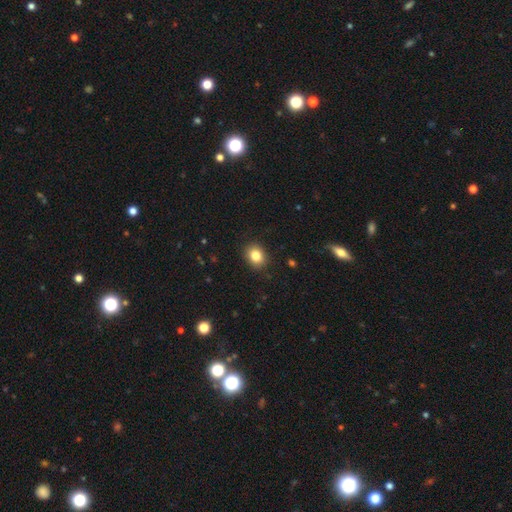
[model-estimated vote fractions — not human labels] A smooth galaxy with no disk features (84%) that is round (55%). Merging: none (89%).